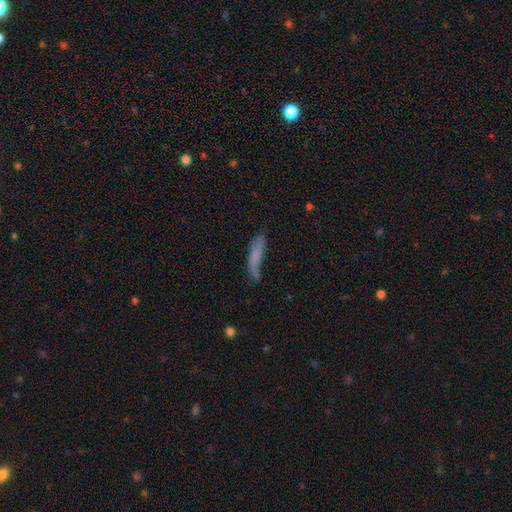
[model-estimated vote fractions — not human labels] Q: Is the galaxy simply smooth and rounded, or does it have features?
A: smooth — 71%.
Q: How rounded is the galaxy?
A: cigar-shaped — 79%.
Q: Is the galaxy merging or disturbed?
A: none — 50%.